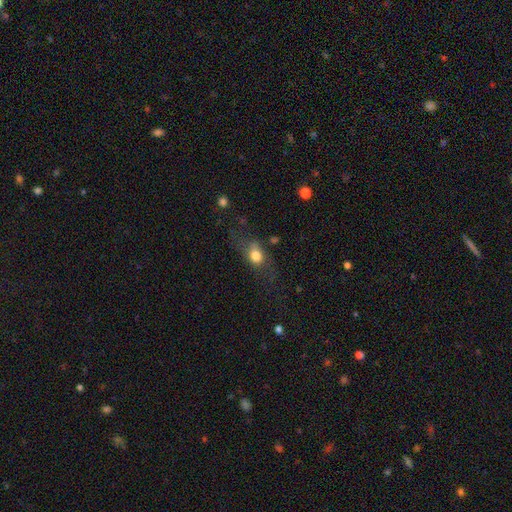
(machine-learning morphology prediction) A smooth galaxy with no disk features (72%) that is in between round and cigar-shaped (60%). Merging: none (51%).